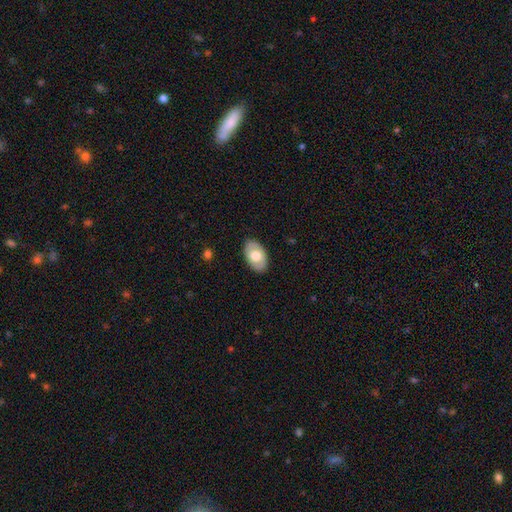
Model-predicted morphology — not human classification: Q: Smooth or featured?
A: smooth (64%); runner-up: featured or disk (30%)
Q: How rounded?
A: in between (92%); runner-up: round (7%)
Q: Merging?
A: none (86%); runner-up: minor disturbance (11%)